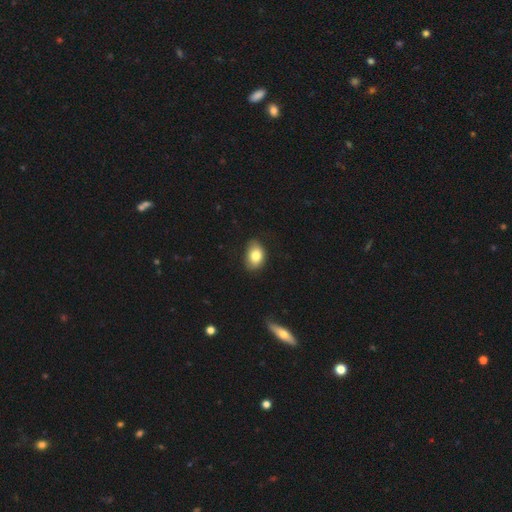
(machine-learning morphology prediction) Smooth or featured: smooth — 81% (featured or disk — 11%)
How rounded: in between — 83% (round — 16%)
Merging: none — 73% (minor disturbance — 22%)